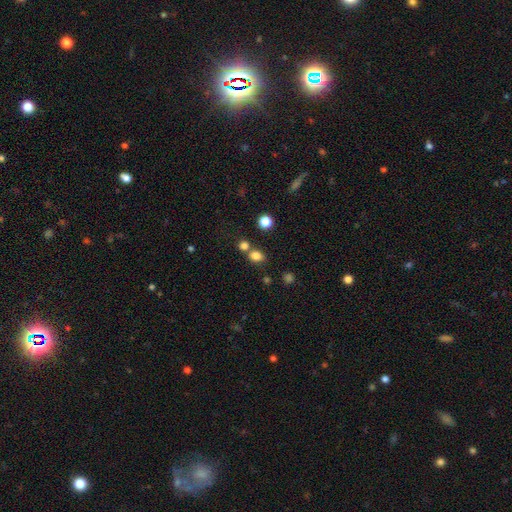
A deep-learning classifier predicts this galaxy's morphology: type=smooth (80%); roundness=in between (58%); merging=none (59%).